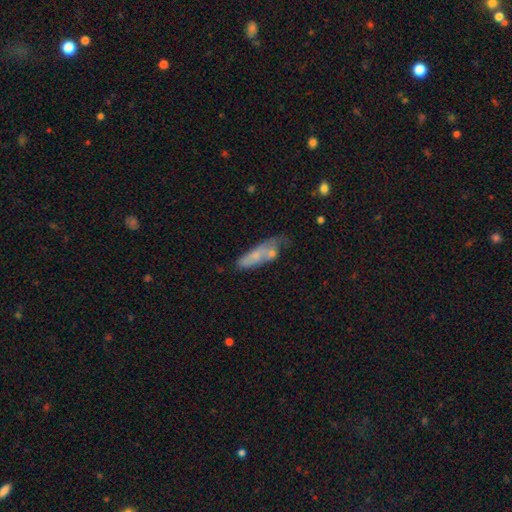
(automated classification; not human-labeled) Overall: smooth (55%; featured or disk 36%). How rounded: cigar-shaped (49%; in between 48%). Merging: none (34%; minor disturbance 25%).